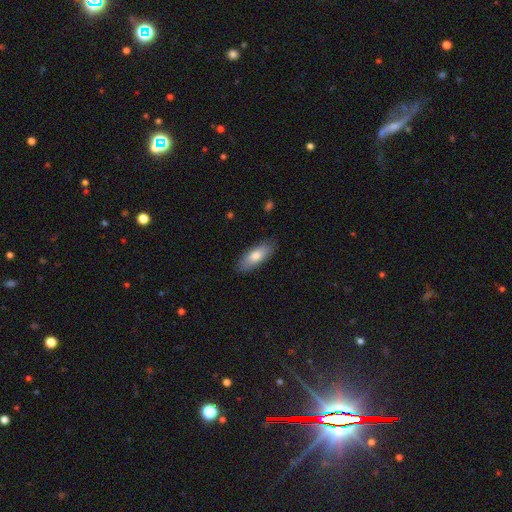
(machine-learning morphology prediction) Overall: smooth (78%). How rounded: in between (75%). Merging: none (85%).